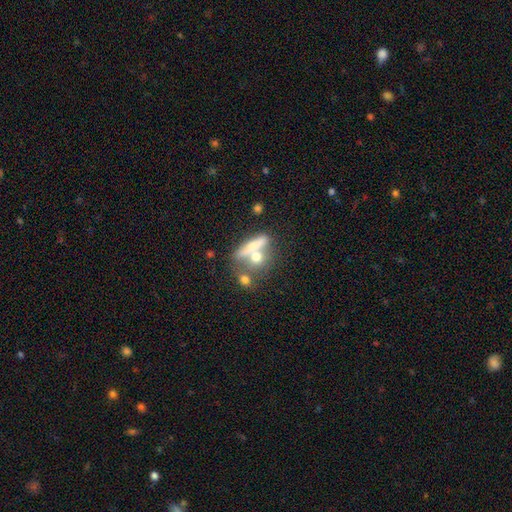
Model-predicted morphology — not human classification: A smooth galaxy with no disk features (52%) that is cigar-shaped (35%). Merging: merger (44%).